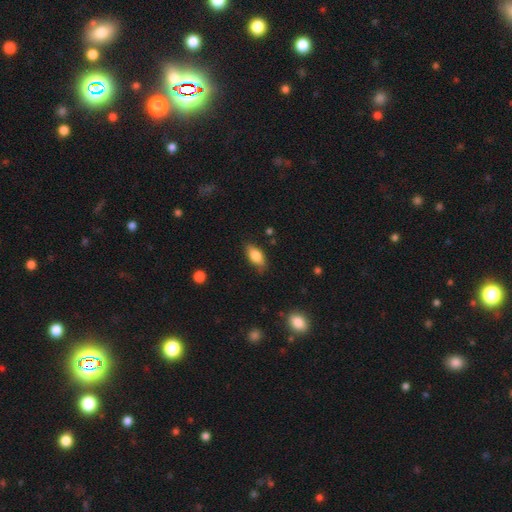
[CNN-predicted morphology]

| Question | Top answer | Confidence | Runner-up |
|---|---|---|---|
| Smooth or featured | smooth | 81% | featured or disk (12%) |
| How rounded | in between | 86% | cigar-shaped (10%) |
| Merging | none | 80% | minor disturbance (16%) |